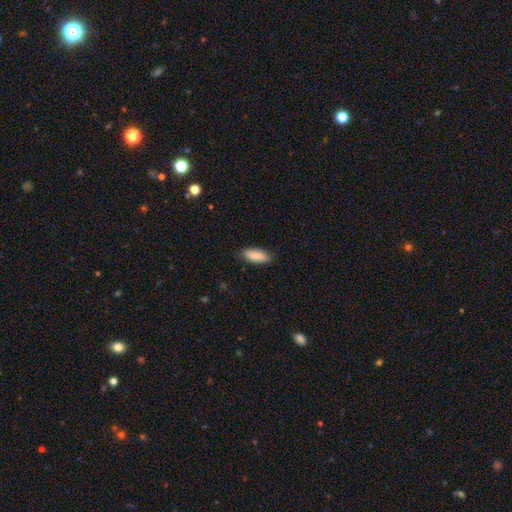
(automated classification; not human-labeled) Overall: smooth (83%). How rounded: in between (80%). Merging: none (84%).